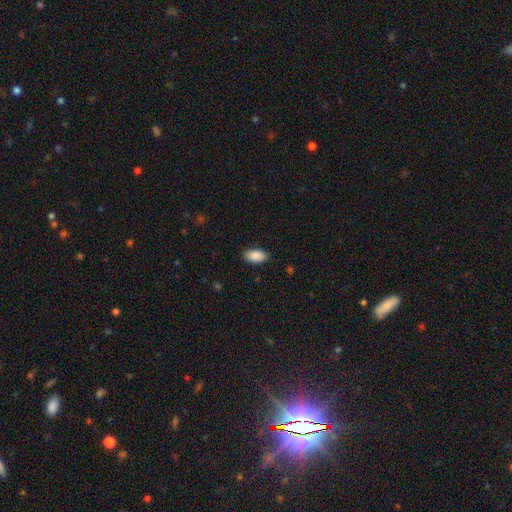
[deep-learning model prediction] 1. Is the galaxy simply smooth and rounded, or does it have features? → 89% smooth, 7% star or artifact, 4% featured or disk.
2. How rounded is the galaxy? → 94% in between, 3% round, 2% cigar-shaped.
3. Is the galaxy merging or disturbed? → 87% none, 10% minor disturbance, 2% major disturbance, 1% merger.